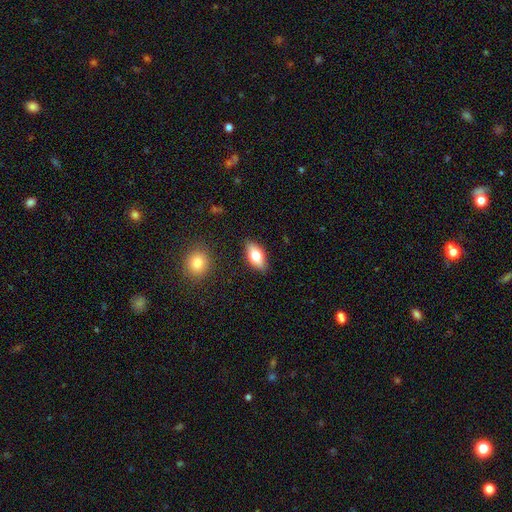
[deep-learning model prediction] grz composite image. It shows a smooth galaxy with no disk features (71%) that is in between round and cigar-shaped (87%). Merging: none (86%).